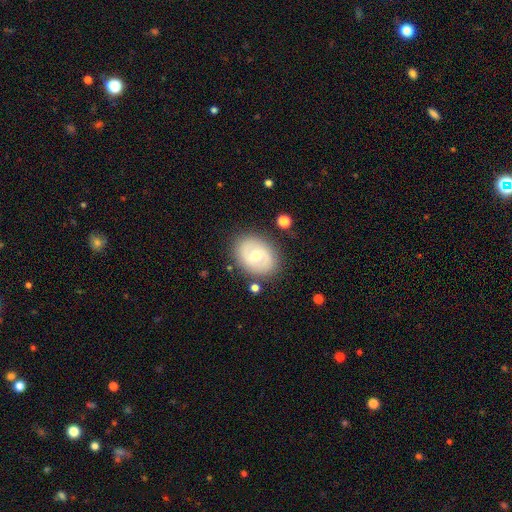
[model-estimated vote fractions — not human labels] Smooth or featured: featured or disk — 52% (smooth — 41%)
Edge-on disk: no — 95% (yes — 5%)
Merging: none — 82% (minor disturbance — 11%)